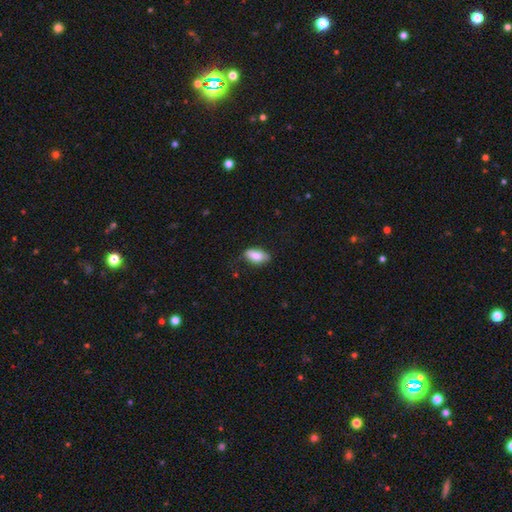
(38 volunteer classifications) Smooth or featured: smooth — 92% (featured or disk — 8%)
How rounded: in between — 97% (round — 3%)
Merging: none — 89% (minor disturbance — 8%)